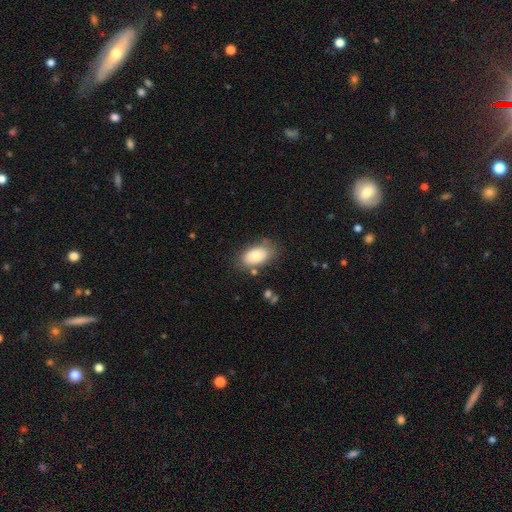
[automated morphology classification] smooth-or-featured: smooth: 76% | featured or disk: 17% | star or artifact: 7%
  how-rounded: in between: 92% | round: 6% | cigar-shaped: 2%
  merging: none: 70% | minor disturbance: 20% | major disturbance: 6% | merger: 5%